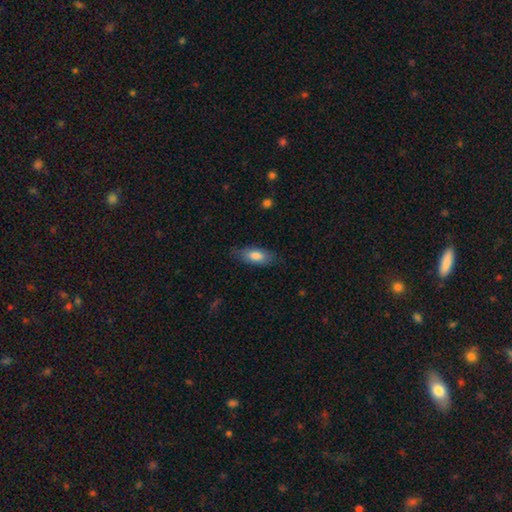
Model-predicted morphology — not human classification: type=smooth (80%); roundness=in between (82%); merging=none (75%).